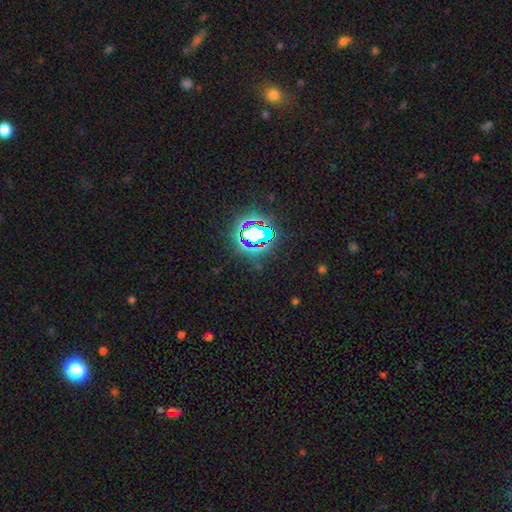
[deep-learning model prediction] Smooth or featured?
  - star or artifact: 79% *
  - smooth: 13%
  - featured or disk: 8%